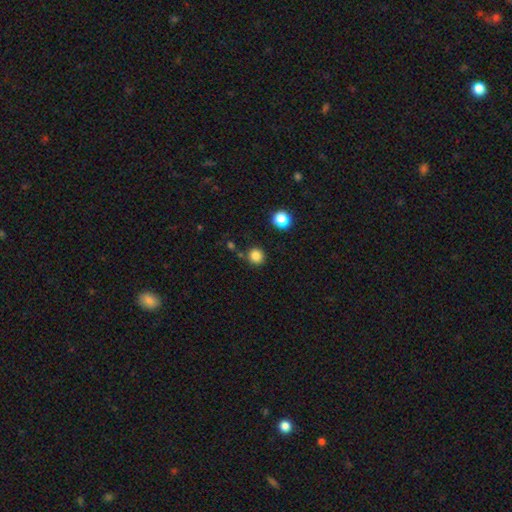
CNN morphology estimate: This appears to be a smooth galaxy with no disk features (84%) that is round (93%). Merging: none (84%).